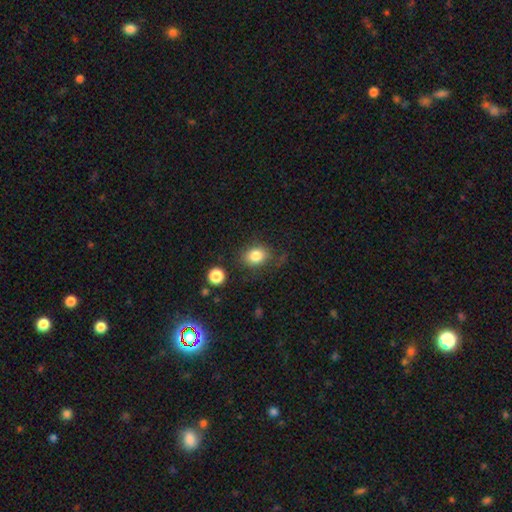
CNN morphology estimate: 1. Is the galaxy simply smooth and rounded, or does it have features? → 83% smooth, 10% star or artifact, 8% featured or disk.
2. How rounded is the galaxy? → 53% in between, 46% round, 1% cigar-shaped.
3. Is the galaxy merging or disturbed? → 74% none, 16% minor disturbance, 7% major disturbance, 4% merger.